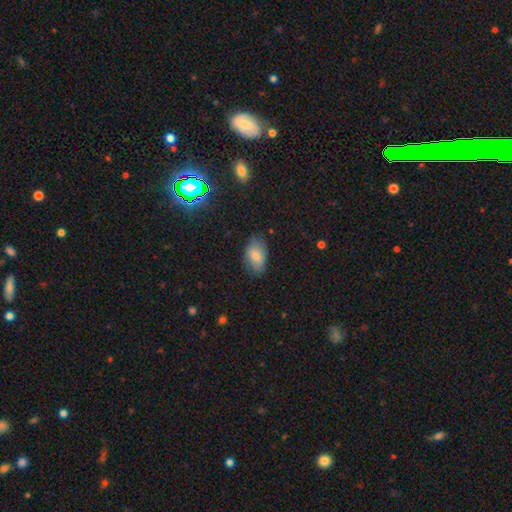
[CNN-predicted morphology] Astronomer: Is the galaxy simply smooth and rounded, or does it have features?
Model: smooth — 74%.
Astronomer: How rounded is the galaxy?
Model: in between — 91%.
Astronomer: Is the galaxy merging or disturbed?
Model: none — 78%.